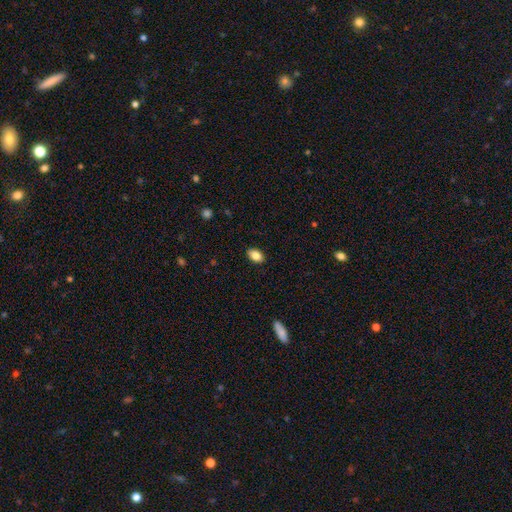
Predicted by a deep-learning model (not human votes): Smooth or featured?
  - smooth: 85% *
  - star or artifact: 8%
  - featured or disk: 6%
How rounded?
  - in between: 88% *
  - round: 10%
  - cigar-shaped: 1%
Merging?
  - none: 88% *
  - minor disturbance: 9%
  - major disturbance: 2%
  - merger: 1%